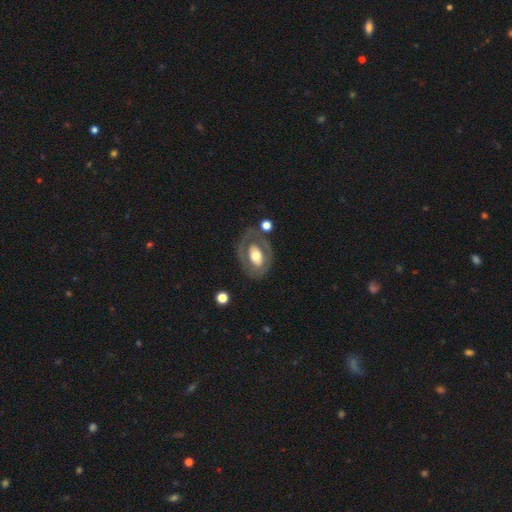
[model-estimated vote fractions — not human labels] A featured or disk galaxy (59%) with no bar (61%), no spiral arms (69%) and a moderate central bulge (53%).

Vote fractions:
- Smooth or featured? featured or disk: 59% / smooth: 35% / star or artifact: 6%
- Edge-on disk? no: 92% / yes: 8%
- Bar? no: 61% / weak: 23% / strong: 16%
- Spiral arms? no: 69% / yes: 31%
- Bulge size? moderate: 53% / large: 35% / small: 8% / dominant: 3% / none: 1%
- Merging? none: 67% / minor disturbance: 17% / major disturbance: 11% / merger: 4%